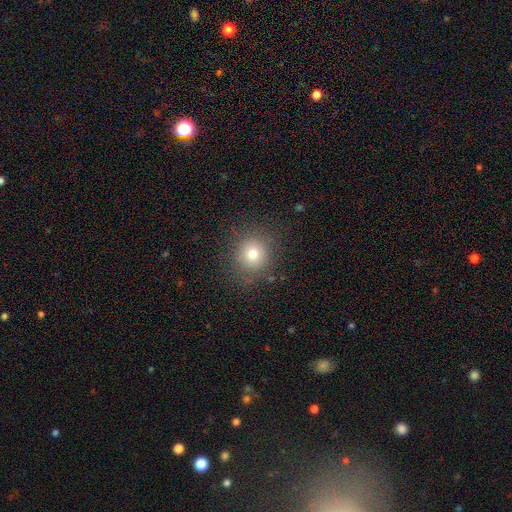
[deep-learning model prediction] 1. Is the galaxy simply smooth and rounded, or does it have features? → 62% smooth, 27% star or artifact, 11% featured or disk.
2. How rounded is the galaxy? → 86% round, 12% in between, 1% cigar-shaped.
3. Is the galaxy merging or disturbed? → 89% none, 7% minor disturbance, 3% major disturbance, 1% merger.